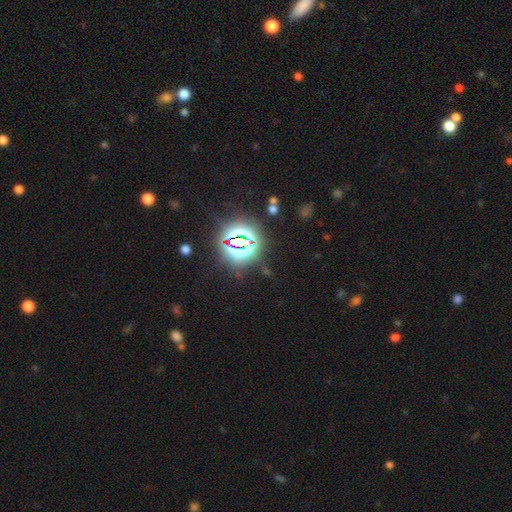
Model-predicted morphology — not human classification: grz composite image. It shows a star or artifact, not a galaxy (84%).